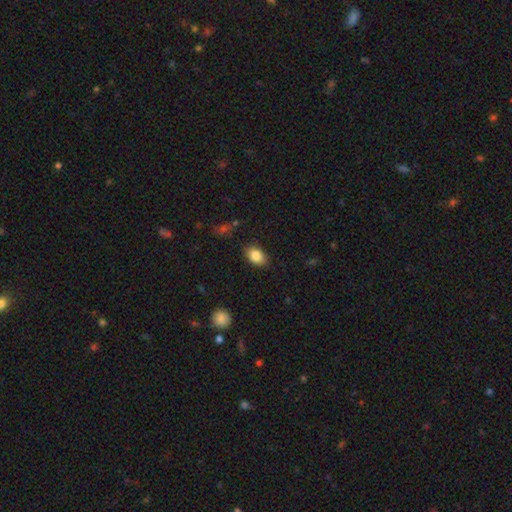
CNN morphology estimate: Smooth or featured? Predicted: smooth (p=0.85). How rounded? Predicted: in between (p=0.84). Merging? Predicted: none (p=0.85).